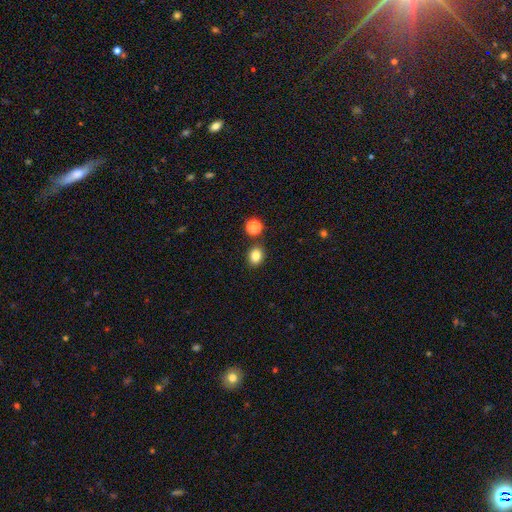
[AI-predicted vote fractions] Smooth or featured? Predicted: smooth (p=0.83). How rounded? Predicted: round (p=0.60). Merging? Predicted: none (p=0.83).